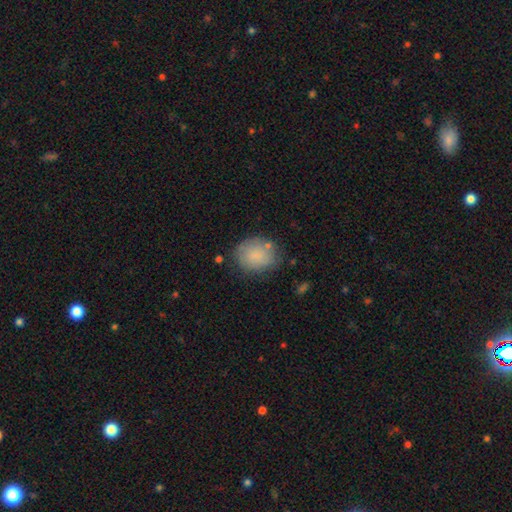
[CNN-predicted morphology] type=smooth (82%); roundness=round (62%); merging=none (71%).